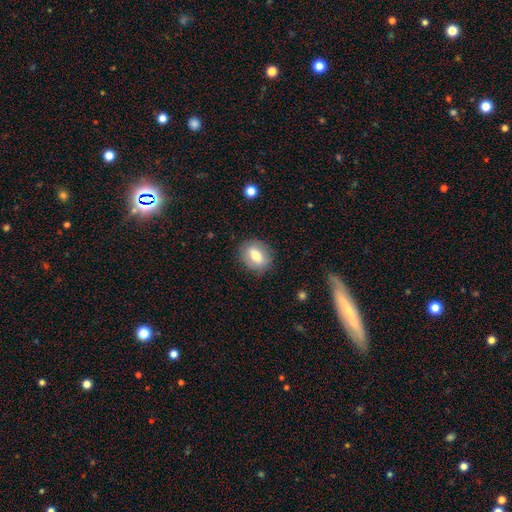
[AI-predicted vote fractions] Smooth or featured?
  - smooth: 66% *
  - featured or disk: 26%
  - star or artifact: 8%
How rounded?
  - in between: 63% *
  - round: 34%
  - cigar-shaped: 3%
Merging?
  - none: 82% *
  - minor disturbance: 13%
  - major disturbance: 4%
  - merger: 1%